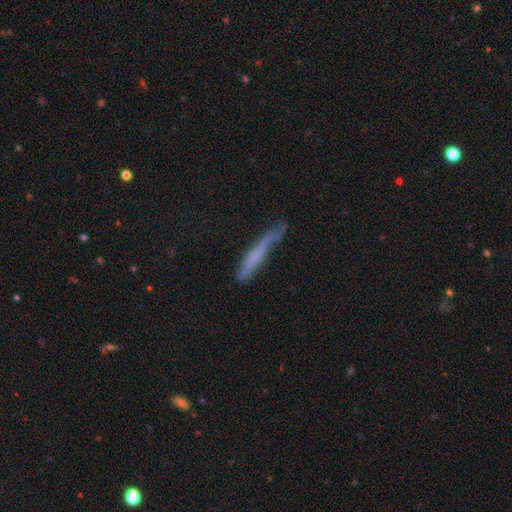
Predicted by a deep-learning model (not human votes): Smooth or featured?
  - smooth: 57% *
  - featured or disk: 34%
  - star or artifact: 9%
How rounded?
  - cigar-shaped: 93% *
  - in between: 5%
  - round: 1%
Merging?
  - none: 50% *
  - minor disturbance: 30%
  - major disturbance: 15%
  - merger: 4%